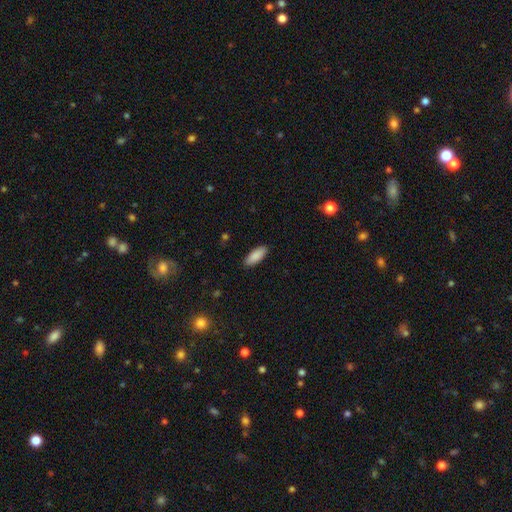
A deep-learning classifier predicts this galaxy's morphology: Smooth or featured?
  - smooth: 90% *
  - star or artifact: 6%
  - featured or disk: 4%
How rounded?
  - in between: 76% *
  - cigar-shaped: 23%
  - round: 2%
Merging?
  - none: 89% *
  - minor disturbance: 8%
  - major disturbance: 2%
  - merger: 1%